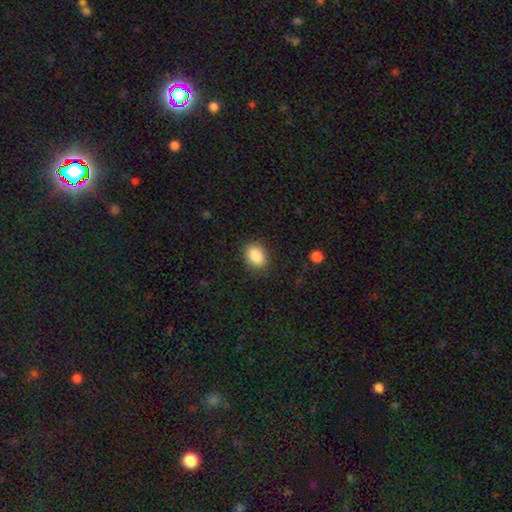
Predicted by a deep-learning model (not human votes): A smooth galaxy with no disk features (87%) that is in between round and cigar-shaped (78%).

Vote fractions:
- Smooth or featured? smooth: 87% / star or artifact: 8% / featured or disk: 5%
- How rounded? in between: 78% / round: 21% / cigar-shaped: 1%
- Merging? none: 86% / minor disturbance: 10% / major disturbance: 3% / merger: 1%